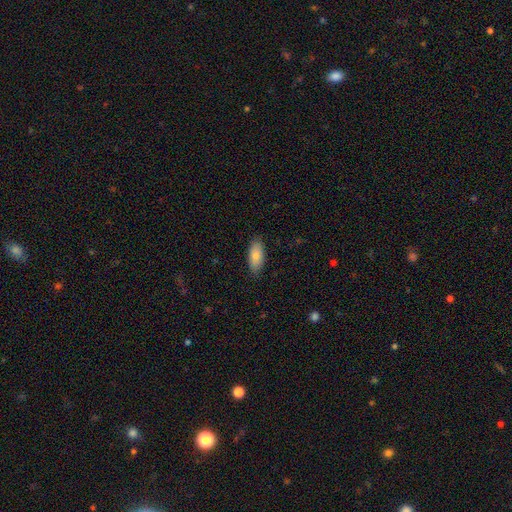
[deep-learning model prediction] Smooth or featured? smooth (82%)
How rounded? in between (87%)
Merging? none (86%)